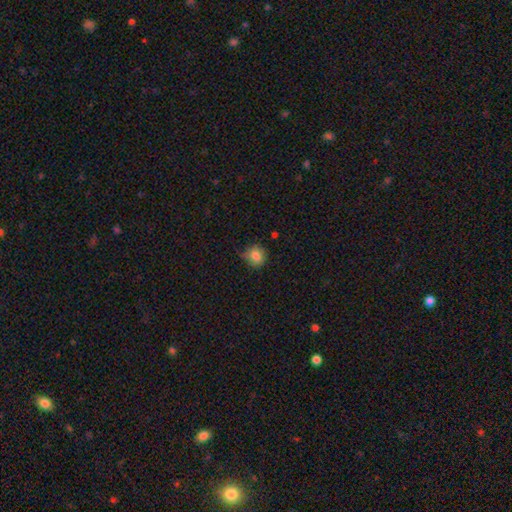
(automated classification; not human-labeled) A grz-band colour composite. It shows a smooth galaxy with no disk features (83%) that is round (89%). Merging: none (72%).